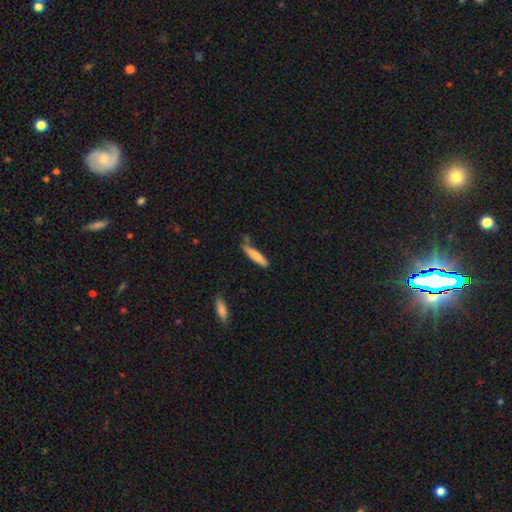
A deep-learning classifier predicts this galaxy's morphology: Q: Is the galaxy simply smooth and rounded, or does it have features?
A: smooth — 79%.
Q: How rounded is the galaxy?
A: cigar-shaped — 86%.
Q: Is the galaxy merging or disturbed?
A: none — 72%.